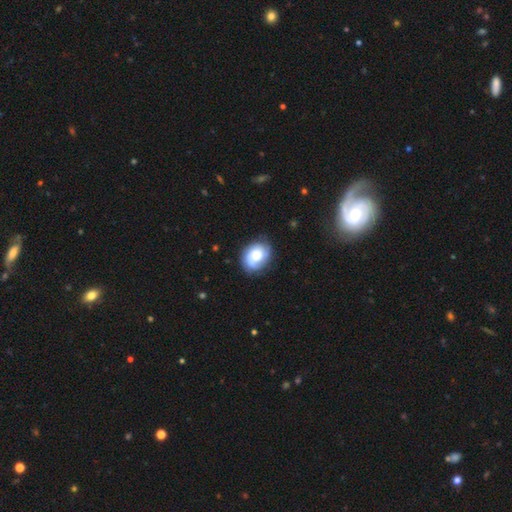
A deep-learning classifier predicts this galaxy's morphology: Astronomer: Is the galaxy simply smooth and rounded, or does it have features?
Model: featured or disk — 58% (runner-up: smooth, 35%).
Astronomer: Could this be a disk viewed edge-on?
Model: no — 97%.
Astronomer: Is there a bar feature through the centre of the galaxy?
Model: no — 74%.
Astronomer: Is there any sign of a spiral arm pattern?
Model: yes — 88%.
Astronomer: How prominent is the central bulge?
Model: moderate — 41% (runner-up: large, 29%).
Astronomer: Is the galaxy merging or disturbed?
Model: none — 68%.